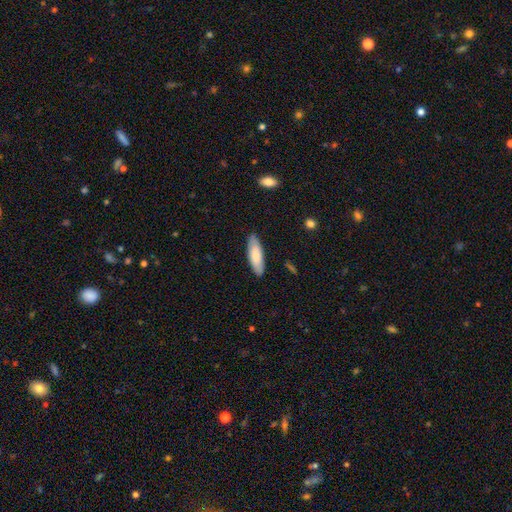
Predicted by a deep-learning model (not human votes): A smooth galaxy with no disk features (81%) that is in between round and cigar-shaped (56%).

Vote fractions:
- Smooth or featured? smooth: 81% / featured or disk: 13% / star or artifact: 5%
- How rounded? in between: 56% / cigar-shaped: 43% / round: 1%
- Merging? none: 86% / minor disturbance: 11% / major disturbance: 2% / merger: 1%